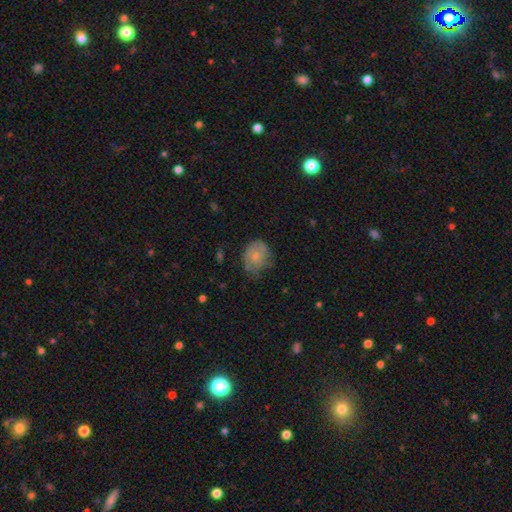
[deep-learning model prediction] smooth 56%, featured or disk 36%, star or artifact 8%. Down the decision tree: how rounded — round (62%); merging — none (50%).